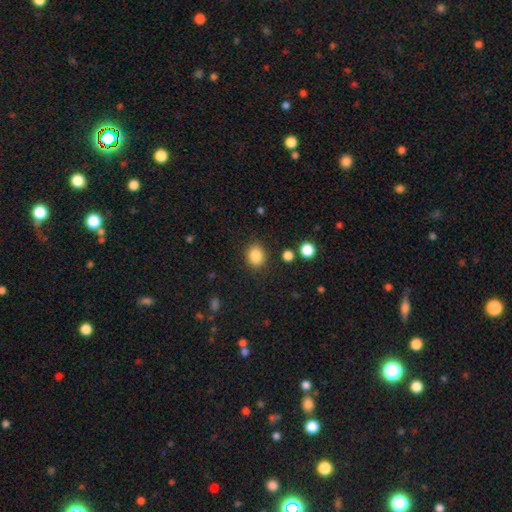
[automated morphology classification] Overall: smooth (86%). How rounded: round (60%; in between 40%). Merging: none (86%).